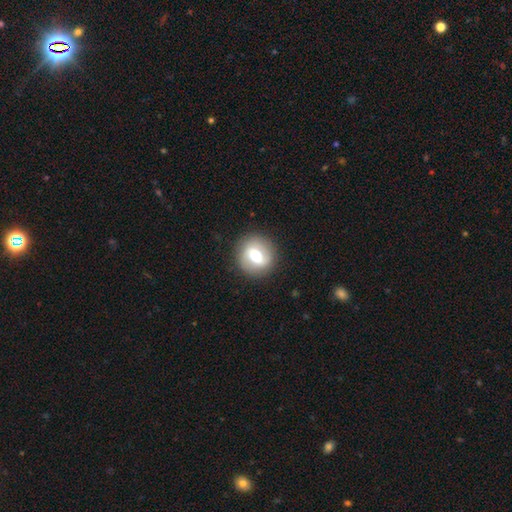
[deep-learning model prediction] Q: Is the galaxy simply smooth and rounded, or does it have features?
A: smooth — 46%, tied with featured or disk.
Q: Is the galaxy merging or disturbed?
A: none — 87%.